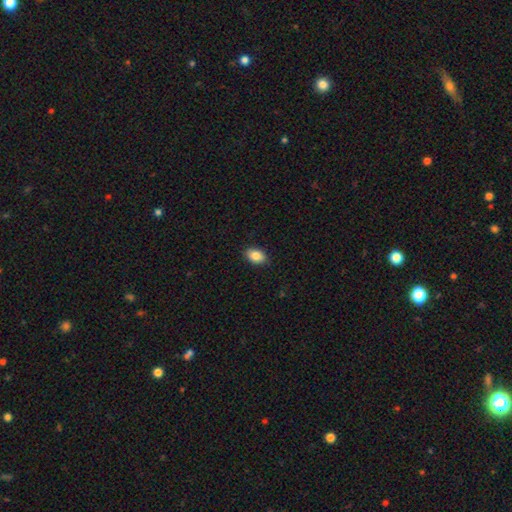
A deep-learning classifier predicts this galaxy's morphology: Overall: smooth (87%). How rounded: in between (86%). Merging: none (89%).